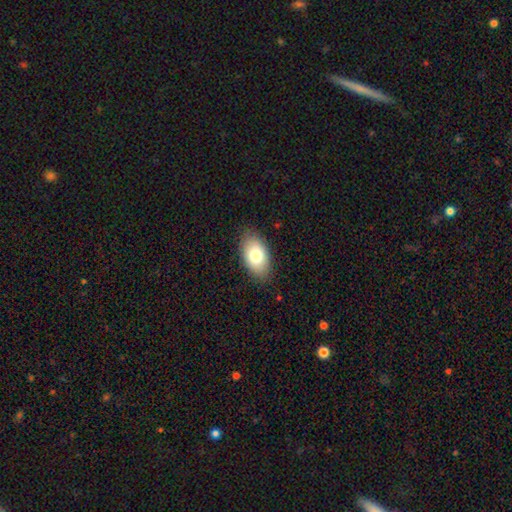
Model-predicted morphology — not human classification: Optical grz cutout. It shows a smooth galaxy with no disk features (77%) that is in between round and cigar-shaped (93%). Merging: none (85%).